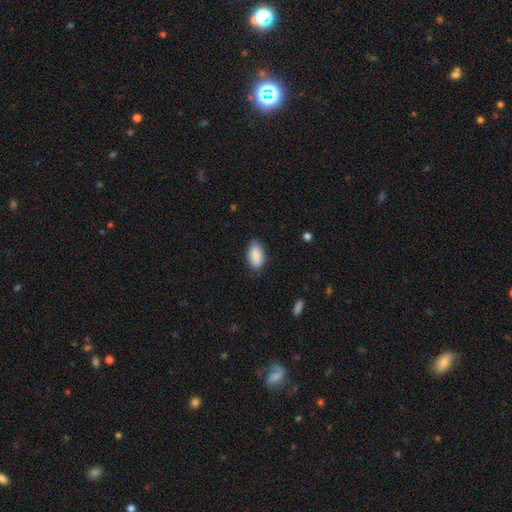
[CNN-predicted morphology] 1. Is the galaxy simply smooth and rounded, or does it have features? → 90% smooth, 6% star or artifact, 4% featured or disk.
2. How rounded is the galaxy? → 93% in between, 4% round, 3% cigar-shaped.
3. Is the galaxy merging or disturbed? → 80% none, 16% minor disturbance, 3% major disturbance, 1% merger.